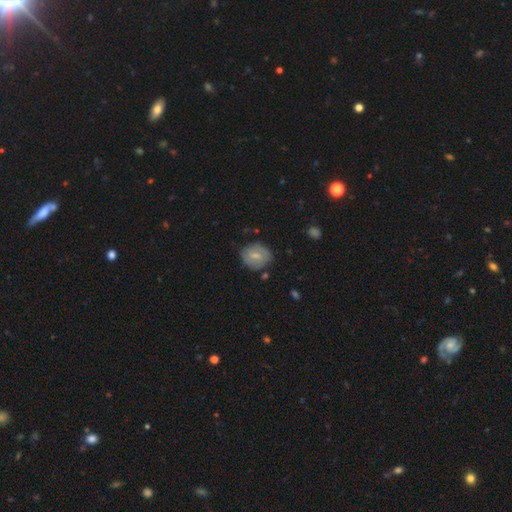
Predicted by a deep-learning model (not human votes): Q: Smooth or featured?
A: smooth (66%); runner-up: featured or disk (27%)
Q: How rounded?
A: round (66%); runner-up: in between (32%)
Q: Merging?
A: none (70%); runner-up: minor disturbance (22%)